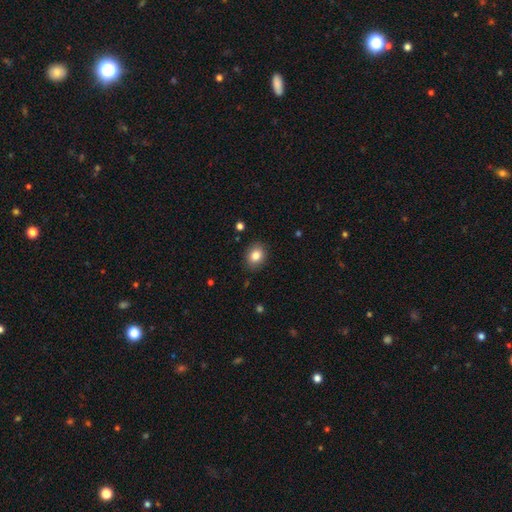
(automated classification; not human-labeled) Overall: smooth (83%). How rounded: round (52%; in between 47%). Merging: none (88%).